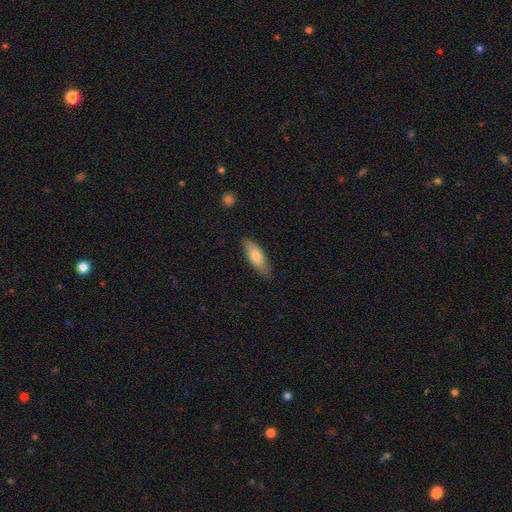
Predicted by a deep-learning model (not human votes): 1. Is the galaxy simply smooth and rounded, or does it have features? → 76% smooth, 19% featured or disk, 6% star or artifact.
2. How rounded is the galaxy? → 62% in between, 36% cigar-shaped, 2% round.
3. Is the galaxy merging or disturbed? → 83% none, 13% minor disturbance, 2% major disturbance, 1% merger.